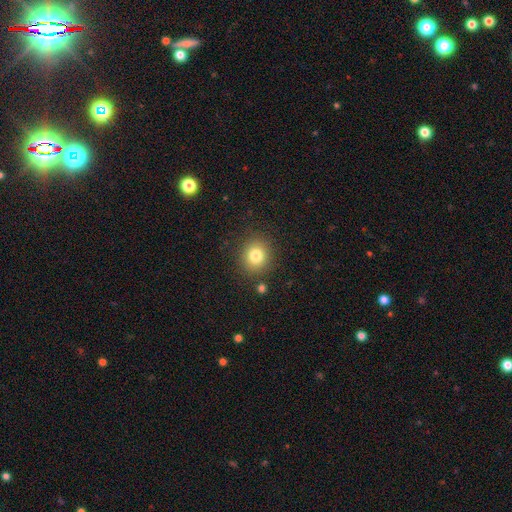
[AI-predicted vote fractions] smooth 80%, star or artifact 12%, featured or disk 8%. Down the decision tree: how rounded — round (82%); merging — none (87%).